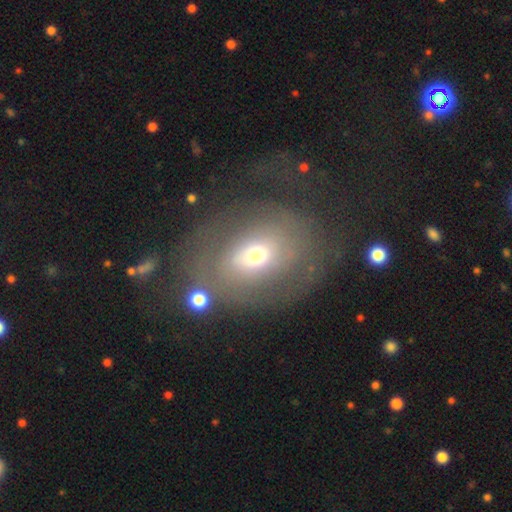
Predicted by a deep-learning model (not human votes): Q: Smooth or featured?
A: featured or disk (50%); runner-up: smooth (40%)
Q: Merging?
A: none (49%); runner-up: major disturbance (27%)